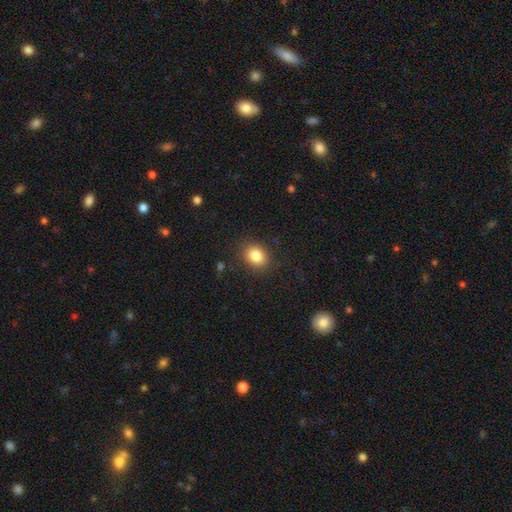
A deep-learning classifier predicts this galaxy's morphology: The model was most divided on "how rounded": in between: 55%, round: 44%, cigar-shaped: 1%. More confident: merging — none (86%); smooth or featured — smooth (84%).